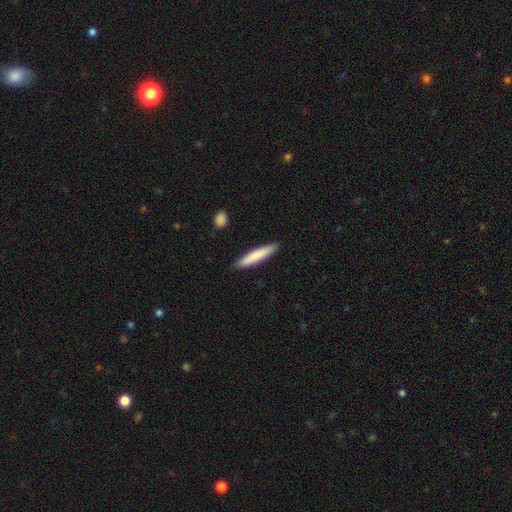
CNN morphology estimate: type=smooth (80%); roundness=cigar-shaped (91%); merging=none (89%).